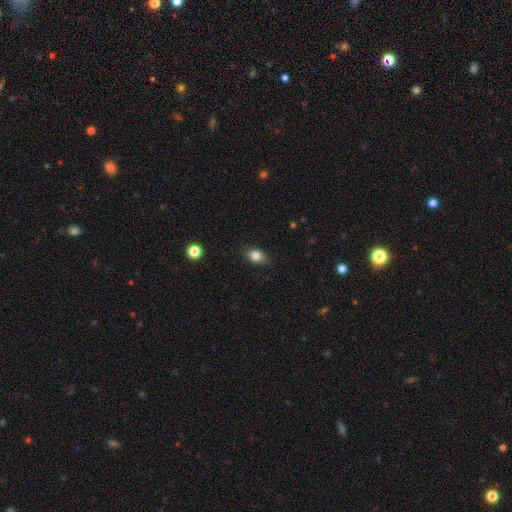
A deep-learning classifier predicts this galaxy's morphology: A smooth galaxy with no disk features (83%) that is in between round and cigar-shaped (67%).

Vote fractions:
- Smooth or featured? smooth: 83% / star or artifact: 10% / featured or disk: 7%
- How rounded? in between: 67% / round: 31% / cigar-shaped: 2%
- Merging? none: 85% / minor disturbance: 12% / major disturbance: 2% / merger: 1%